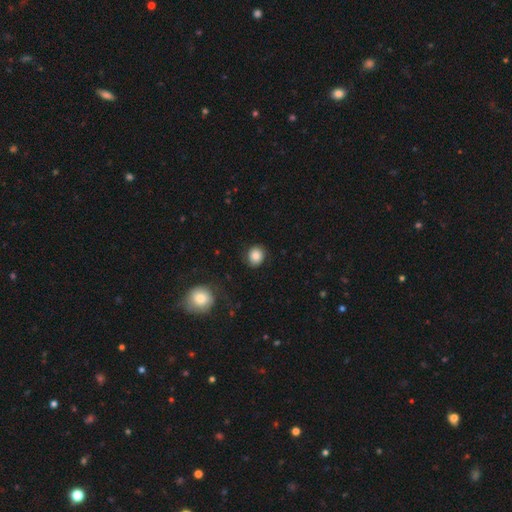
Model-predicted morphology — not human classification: This is clearly a smooth galaxy (84%). How rounded: likely round (75%). Merging: clearly none (82%).